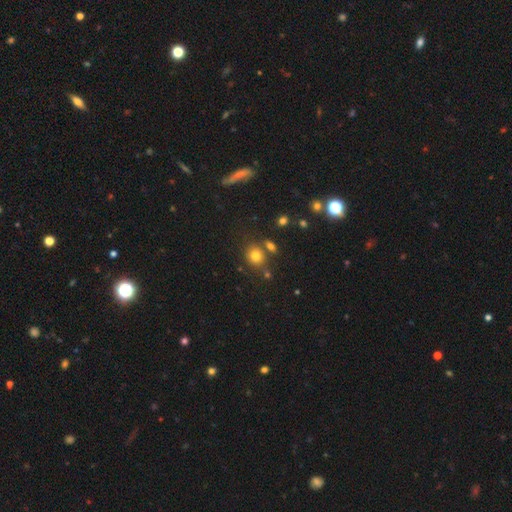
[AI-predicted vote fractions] This is likely a smooth galaxy (78%). How rounded: likely round (77%). Merging: likely none (68%).